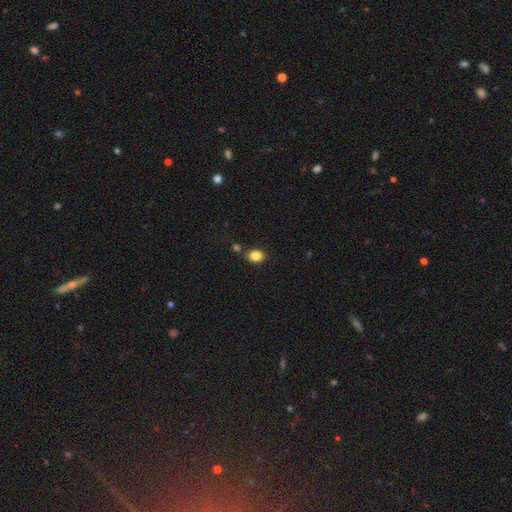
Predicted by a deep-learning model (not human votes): This appears to be a smooth galaxy with no disk features (84%) that is in between round and cigar-shaped (62%). Merging: none (78%).